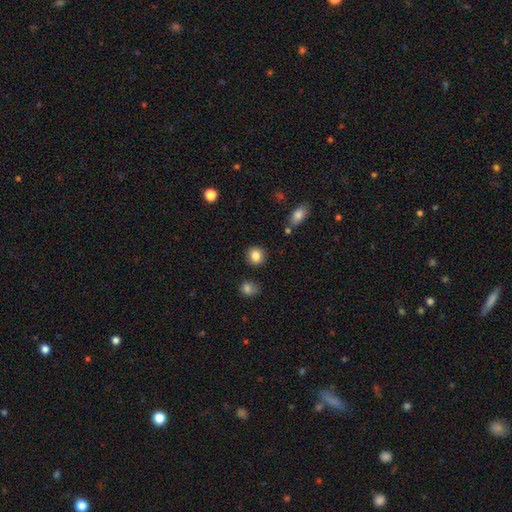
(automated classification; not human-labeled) Overall: smooth (85%). How rounded: round (85%). Merging: none (87%).